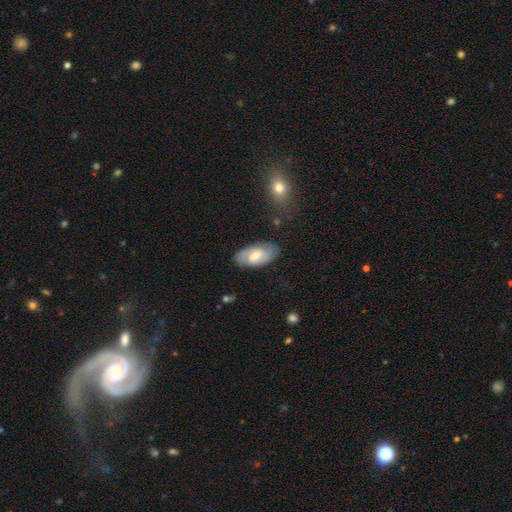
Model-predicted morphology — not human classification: Smooth or featured?
  - featured or disk: 56% *
  - smooth: 38%
  - star or artifact: 6%
Edge-on disk?
  - no: 93% *
  - yes: 7%
Bar?
  - weak: 51% *
  - no: 37%
  - strong: 12%
Spiral arms?
  - yes: 80% *
  - no: 20%
Bulge size?
  - moderate: 51% *
  - small: 42%
  - large: 3%
  - none: 2%
  - dominant: 1%
Merging?
  - none: 78% *
  - minor disturbance: 16%
  - major disturbance: 4%
  - merger: 2%